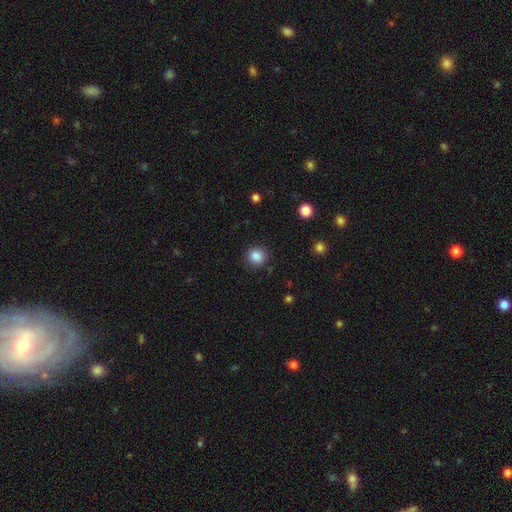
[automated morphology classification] type=smooth (86%); roundness=round (88%); merging=none (89%).